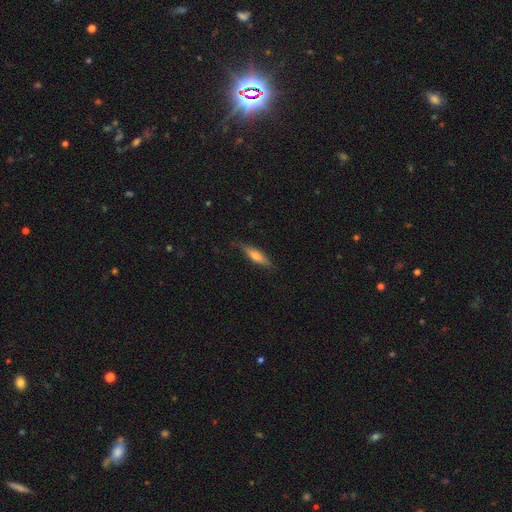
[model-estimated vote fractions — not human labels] Morphology: type=smooth (56%); roundness=cigar-shaped (72%); merging=none (76%).